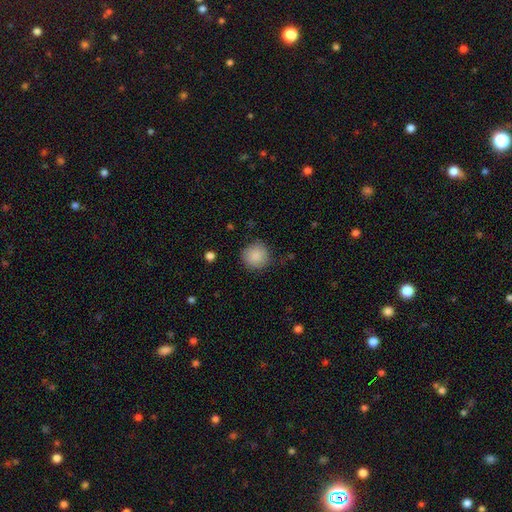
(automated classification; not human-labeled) Overall: smooth (88%). How rounded: round (93%). Merging: none (81%).